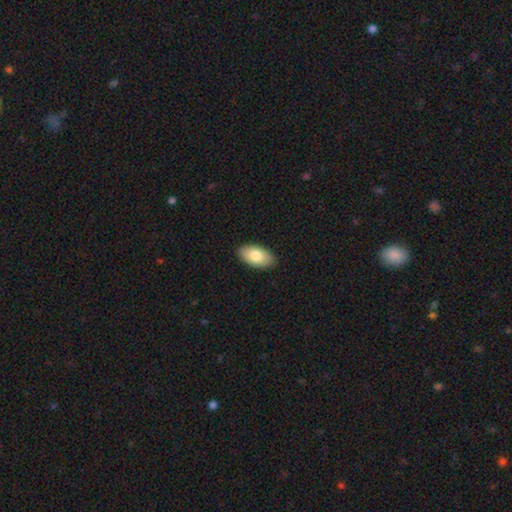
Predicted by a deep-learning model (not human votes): smooth 79%, featured or disk 15%, star or artifact 6%. Down the decision tree: how rounded — in between (95%); merging — none (89%).